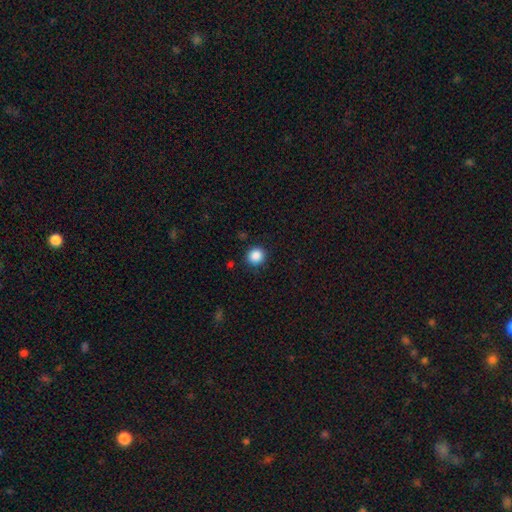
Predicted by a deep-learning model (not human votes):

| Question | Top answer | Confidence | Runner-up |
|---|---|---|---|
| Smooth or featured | smooth | 87% | star or artifact (10%) |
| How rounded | round | 90% | in between (9%) |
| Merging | none | 89% | minor disturbance (7%) |